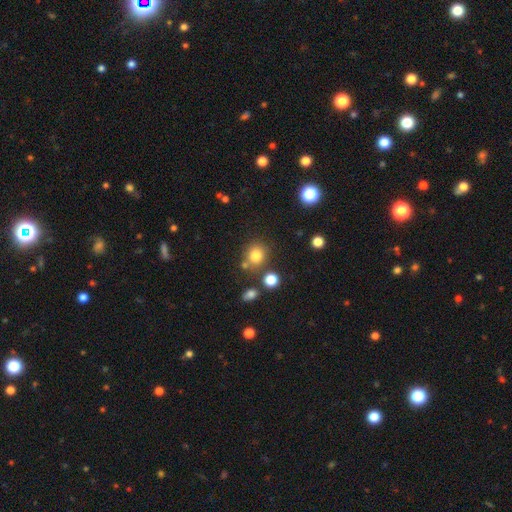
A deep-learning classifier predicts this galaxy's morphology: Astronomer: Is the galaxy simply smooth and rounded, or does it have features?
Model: smooth — 79%.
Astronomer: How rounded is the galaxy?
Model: round — 83%.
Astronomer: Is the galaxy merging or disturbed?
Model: none — 74%.